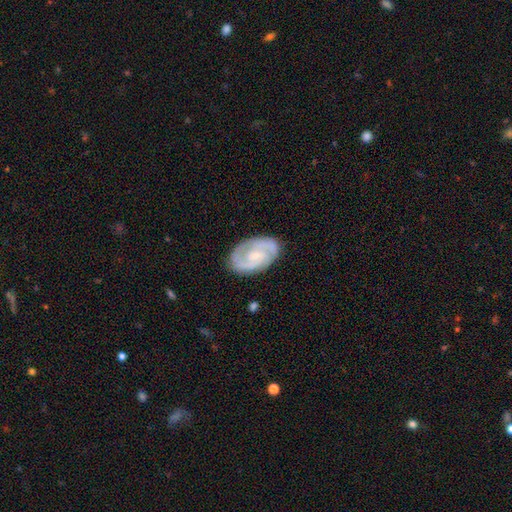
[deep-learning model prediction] smooth_or_featured: featured or disk (p=0.82) [alt: smooth p=0.13]
disk_edge_on: no (p=0.97) [alt: yes p=0.03]
bar: no (p=0.46) [alt: weak p=0.44]
has_spiral_arms: yes (p=0.96) [alt: no p=0.04]
spiral_winding: tight (p=0.47) [alt: medium p=0.43]
spiral_arm_count: 2 (p=0.75) [alt: can't tell p=0.10]
bulge_size: small (p=0.62) [alt: moderate p=0.25]
merging: none (p=0.81) [alt: minor disturbance p=0.14]